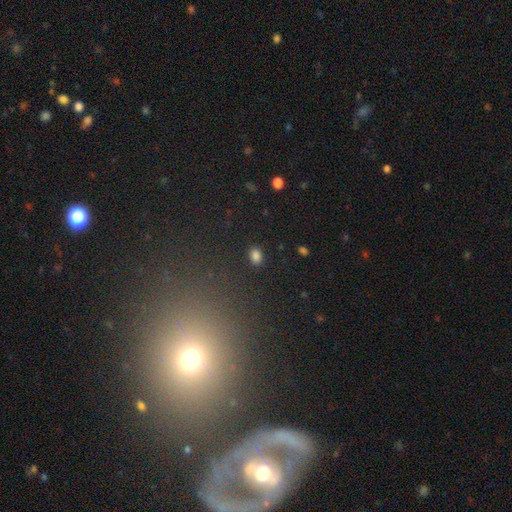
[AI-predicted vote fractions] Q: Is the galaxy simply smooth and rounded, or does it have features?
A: smooth — 83%.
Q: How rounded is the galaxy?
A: in between — 73%.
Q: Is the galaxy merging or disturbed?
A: none — 87%.